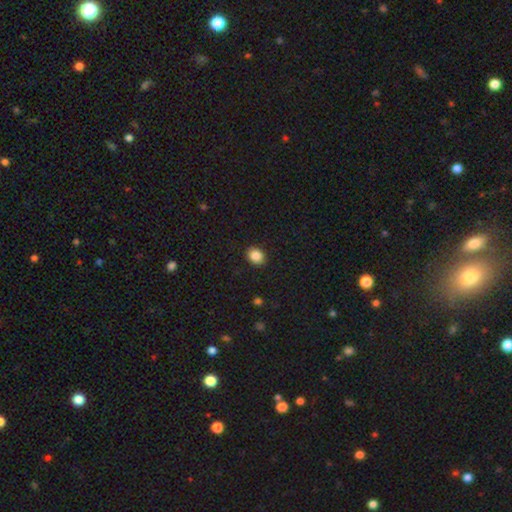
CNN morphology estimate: This is clearly a smooth galaxy (87%). How rounded: possibly in between (55%). Merging: clearly none (90%).